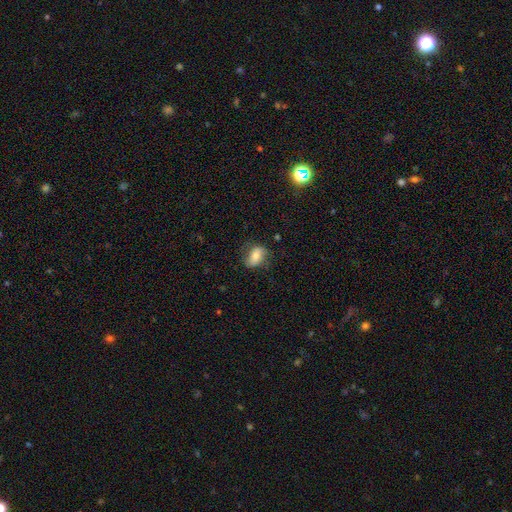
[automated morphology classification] The model was most divided on "smooth or featured": smooth: 67%, featured or disk: 25%, star or artifact: 8%. More confident: how rounded — in between (81%); merging — none (68%).